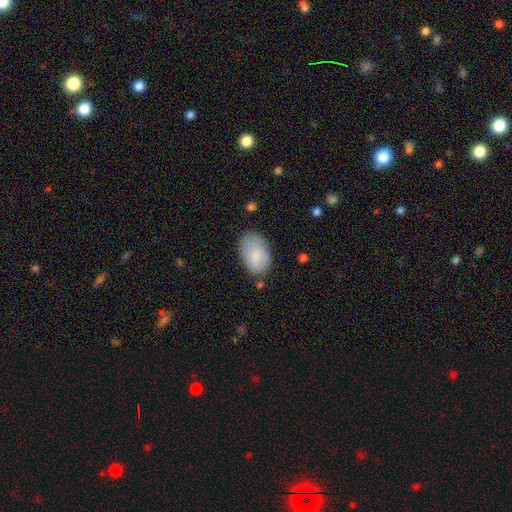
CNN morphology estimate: smooth-or-featured: smooth: 83% | featured or disk: 11% | star or artifact: 6%
  how-rounded: in between: 93% | round: 5% | cigar-shaped: 1%
  merging: none: 75% | minor disturbance: 18% | major disturbance: 4% | merger: 2%